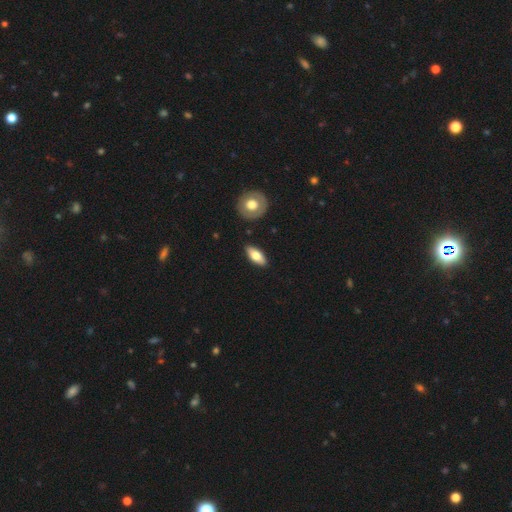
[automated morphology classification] This is likely a smooth galaxy (68%). How rounded: likely in between (79%). Merging: clearly none (88%).